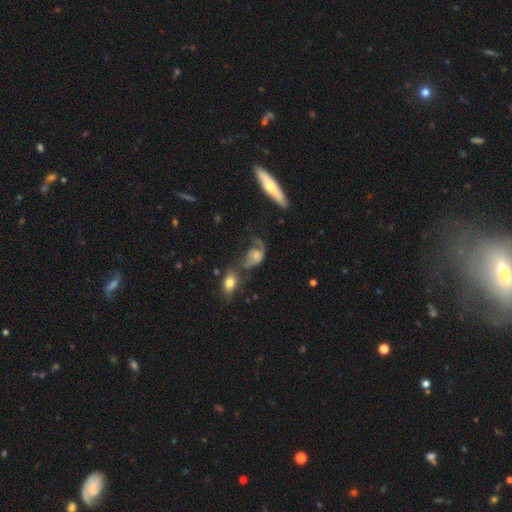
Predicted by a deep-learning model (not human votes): smooth_or_featured: smooth (p=0.48) [alt: featured or disk p=0.42]
merging: major disturbance (p=0.36) [alt: none p=0.23]